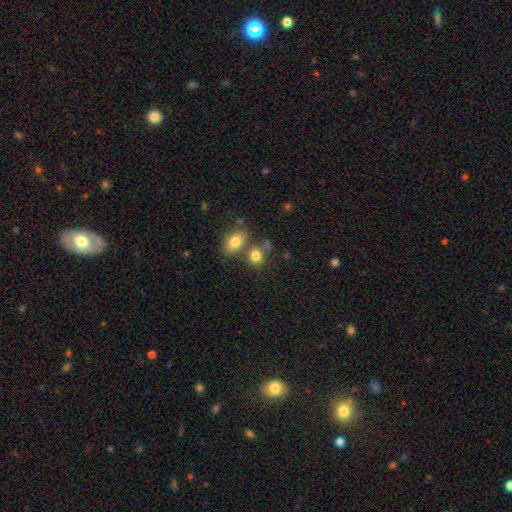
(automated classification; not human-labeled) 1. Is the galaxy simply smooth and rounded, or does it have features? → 81% smooth, 10% star or artifact, 9% featured or disk.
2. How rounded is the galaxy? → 57% round, 42% in between, 2% cigar-shaped.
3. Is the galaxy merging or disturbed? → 56% none, 29% merger, 11% minor disturbance, 4% major disturbance.